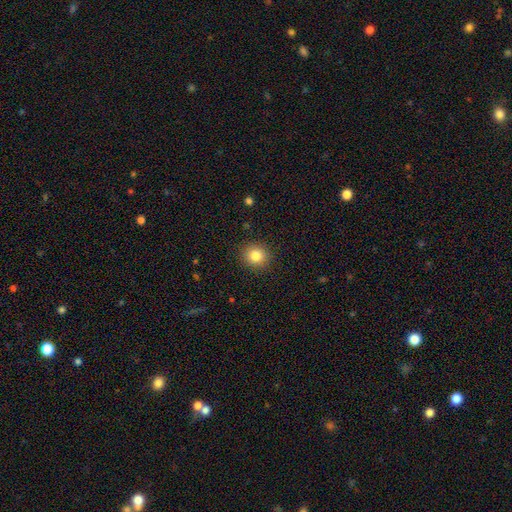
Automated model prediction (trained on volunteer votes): Overall: smooth (83%). How rounded: round (89%). Merging: none (91%).